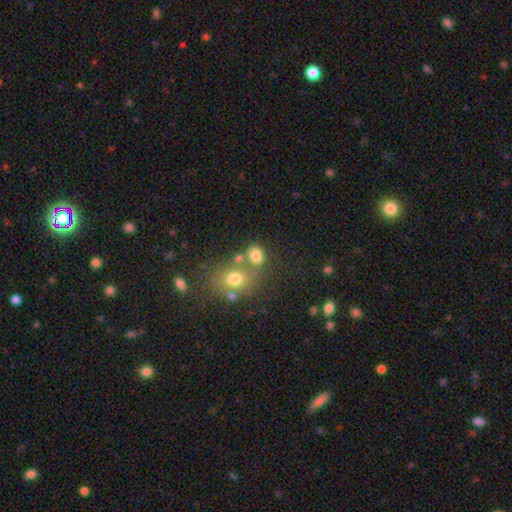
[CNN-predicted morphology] type=smooth (76%); roundness=in between (51%); merging=none (52%).